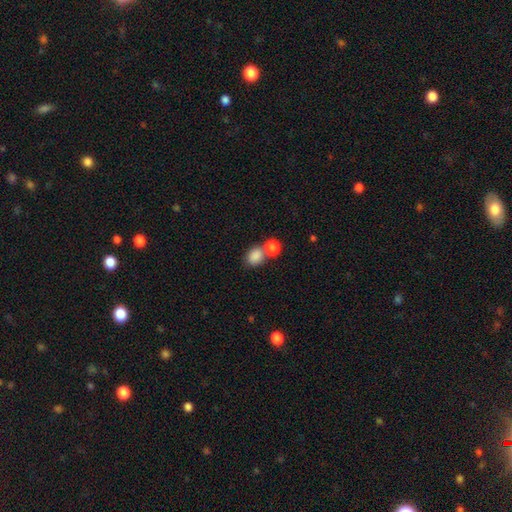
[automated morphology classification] Overall: smooth (85%). How rounded: in between (55%; round 44%). Merging: none (49%; merger 37%).